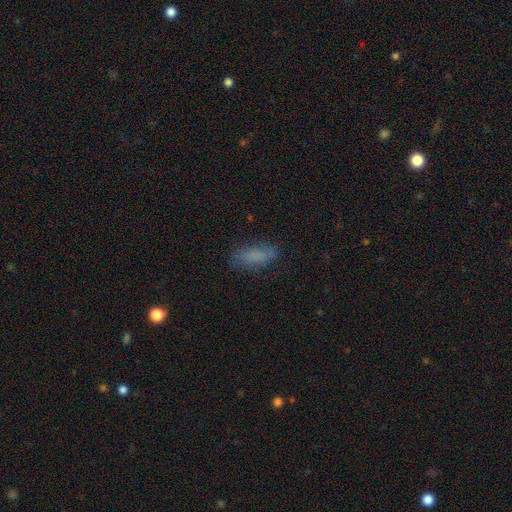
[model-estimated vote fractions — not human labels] This appears to be a smooth galaxy with no disk features (77%) that is in between round and cigar-shaped (68%). Merging: none (74%).